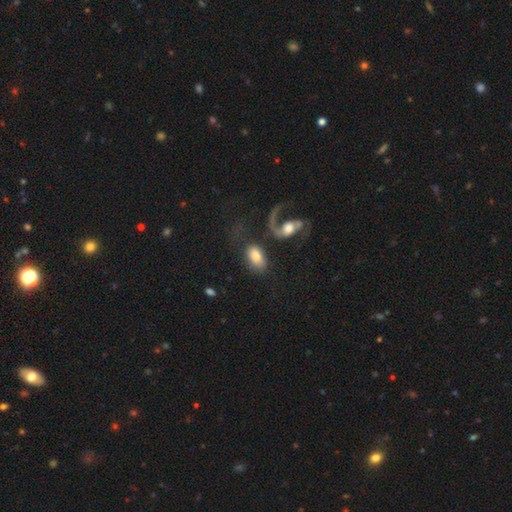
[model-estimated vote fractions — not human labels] Morphology: type=smooth (70%); roundness=in between (91%); merging=none (48%).